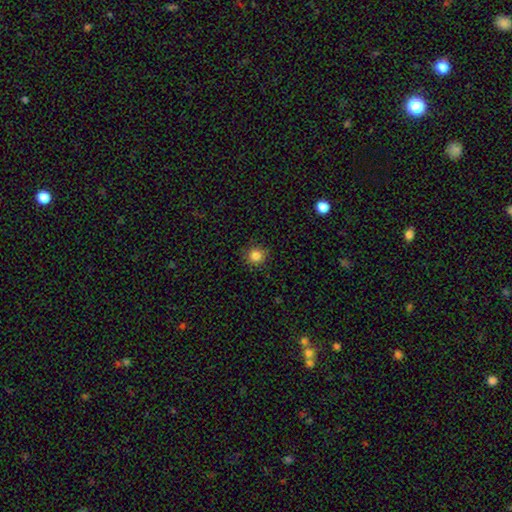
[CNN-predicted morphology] This appears to be a smooth galaxy with no disk features (84%) that is round (93%). Merging: none (89%).